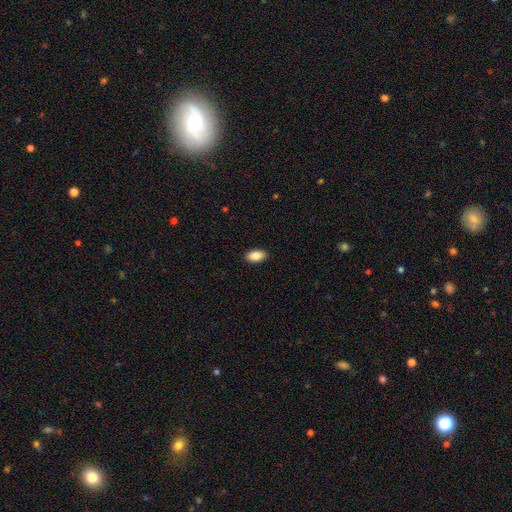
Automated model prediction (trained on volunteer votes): smooth_or_featured: smooth (p=0.87) [alt: star or artifact p=0.07]
how_rounded: in between (p=0.94) [alt: round p=0.04]
merging: none (p=0.90) [alt: minor disturbance p=0.07]